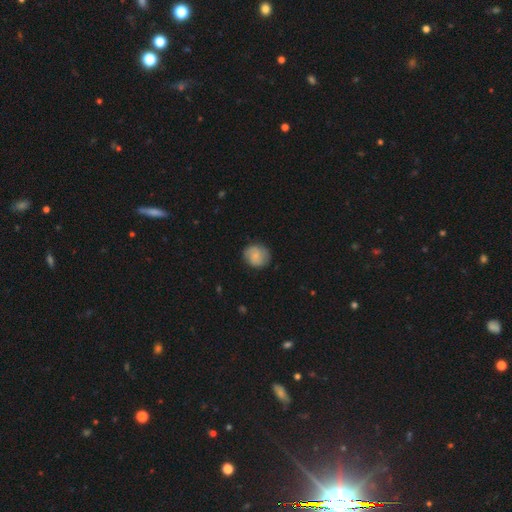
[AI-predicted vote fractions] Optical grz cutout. It shows a smooth galaxy with no disk features (61%) that is round (81%). Merging: none (80%).